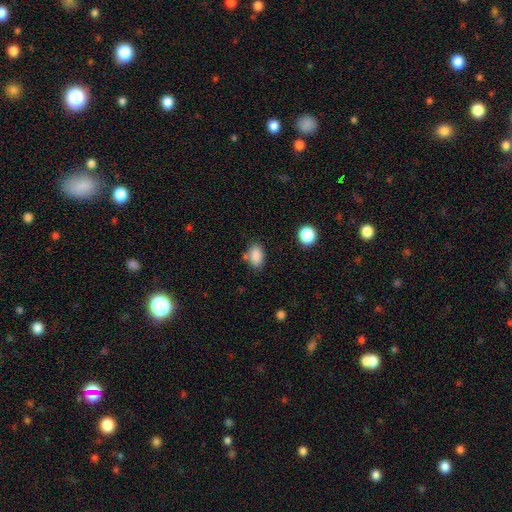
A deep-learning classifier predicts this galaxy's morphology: Overall: smooth (86%). How rounded: in between (87%). Merging: none (72%).